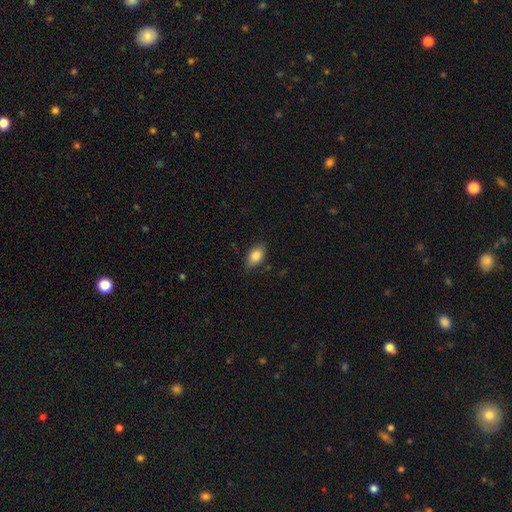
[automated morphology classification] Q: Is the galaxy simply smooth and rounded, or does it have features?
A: smooth — 83%.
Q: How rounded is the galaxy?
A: in between — 90%.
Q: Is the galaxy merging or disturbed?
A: none — 80%.